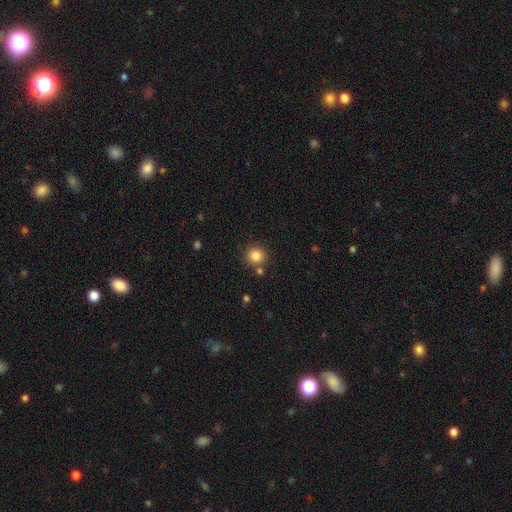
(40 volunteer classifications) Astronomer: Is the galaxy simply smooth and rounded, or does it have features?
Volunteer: smooth — 88%.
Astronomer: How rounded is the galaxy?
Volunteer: round — 94%.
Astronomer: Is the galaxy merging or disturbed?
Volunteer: none — 83%.